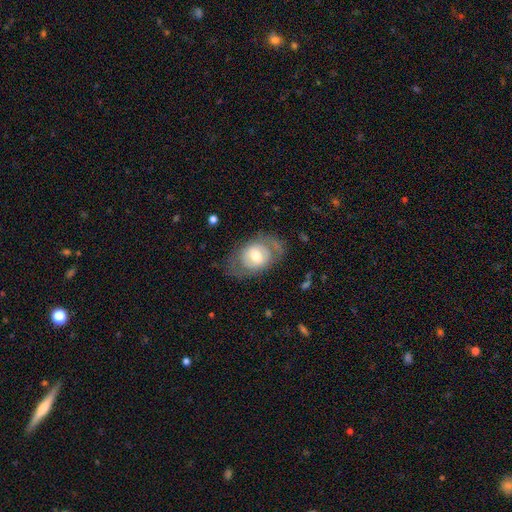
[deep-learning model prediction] A featured or disk galaxy (51%). Merging: none (65%).